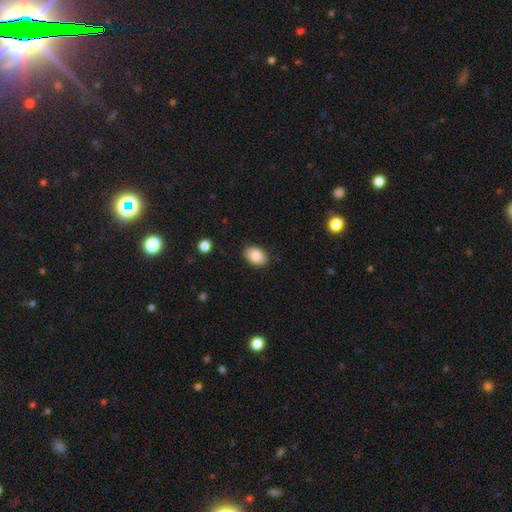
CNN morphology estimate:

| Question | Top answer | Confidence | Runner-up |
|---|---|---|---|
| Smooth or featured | smooth | 84% | featured or disk (8%) |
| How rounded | in between | 84% | round (15%) |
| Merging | none | 86% | minor disturbance (10%) |